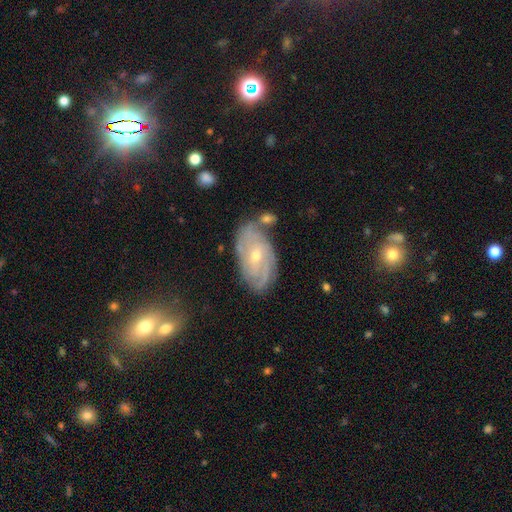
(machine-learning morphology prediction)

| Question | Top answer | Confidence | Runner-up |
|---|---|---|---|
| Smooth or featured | featured or disk | 81% | smooth (12%) |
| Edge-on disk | no | 95% | yes (5%) |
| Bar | no | 52% | weak (38%) |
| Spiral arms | yes | 93% | no (7%) |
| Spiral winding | tight | 66% | medium (27%) |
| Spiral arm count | can't tell | 31% | 2 (30%) |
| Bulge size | small | 58% | moderate (40%) |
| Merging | none | 69% | minor disturbance (19%) |